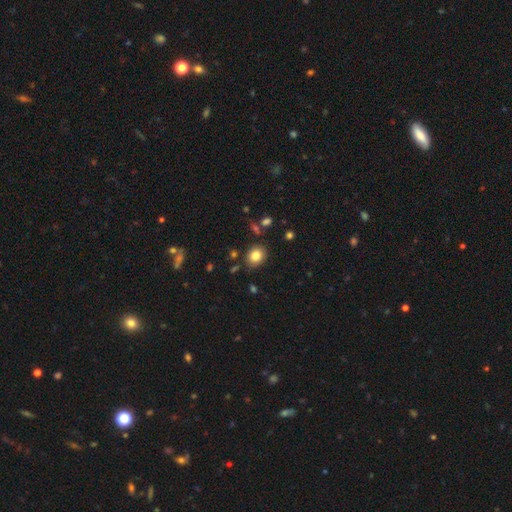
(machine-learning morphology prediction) This is clearly a smooth galaxy (82%). How rounded: possibly round (56%). Merging: clearly none (82%).